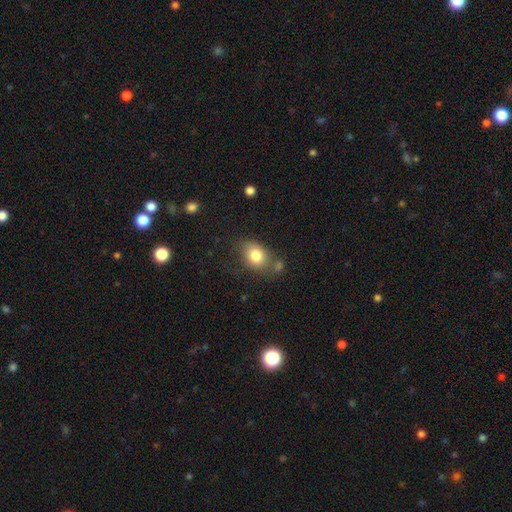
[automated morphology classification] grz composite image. It shows a smooth galaxy with no disk features (80%) that is in between round and cigar-shaped (62%). Merging: none (61%).